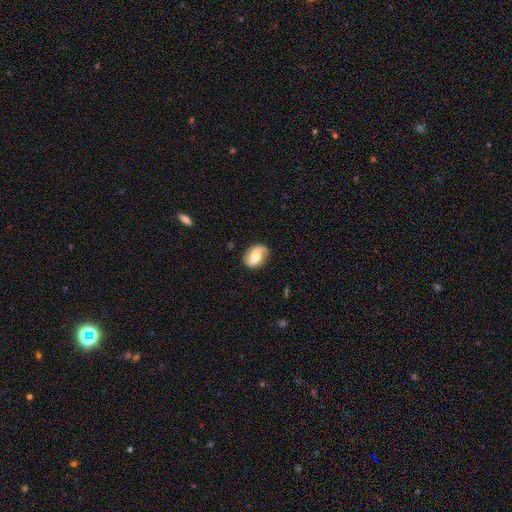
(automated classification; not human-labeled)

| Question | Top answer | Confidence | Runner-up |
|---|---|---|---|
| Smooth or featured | featured or disk | 70% | smooth (23%) |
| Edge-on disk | no | 97% | yes (3%) |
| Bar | no | 43% | weak (41%) |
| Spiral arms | yes | 93% | no (7%) |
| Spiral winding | loose | 49% | medium (37%) |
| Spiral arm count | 2 | 91% | can't tell (3%) |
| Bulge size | moderate | 55% | large (23%) |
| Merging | none | 82% | minor disturbance (13%) |